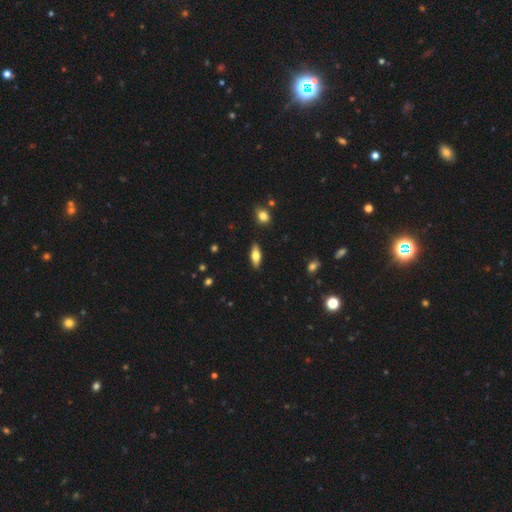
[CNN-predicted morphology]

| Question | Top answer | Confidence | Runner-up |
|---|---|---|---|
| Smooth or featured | smooth | 62% | featured or disk (31%) |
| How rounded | in between | 72% | cigar-shaped (25%) |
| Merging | none | 88% | minor disturbance (9%) |